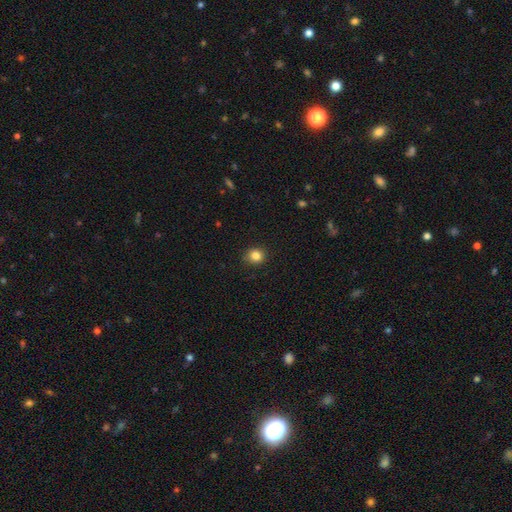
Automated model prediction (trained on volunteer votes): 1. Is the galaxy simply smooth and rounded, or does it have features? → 84% smooth, 11% star or artifact, 4% featured or disk.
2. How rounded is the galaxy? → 86% round, 13% in between, 1% cigar-shaped.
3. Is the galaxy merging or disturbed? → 87% none, 10% minor disturbance, 2% major disturbance, 1% merger.